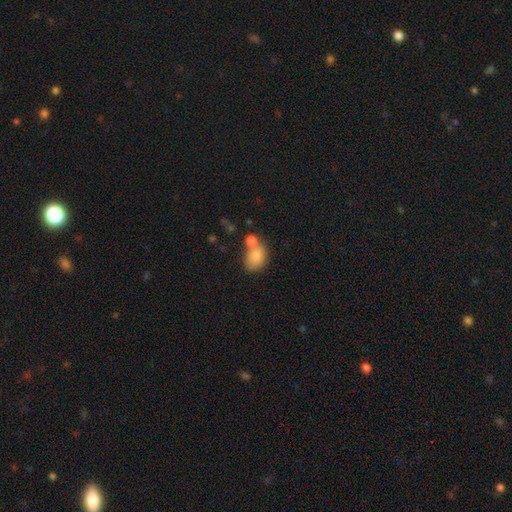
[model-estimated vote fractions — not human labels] Smooth or featured: smooth — 81% (featured or disk — 10%)
How rounded: in between — 70% (round — 29%)
Merging: none — 46% (merger — 34%)